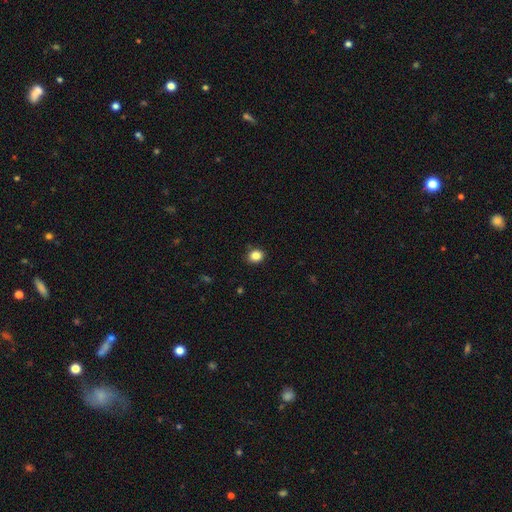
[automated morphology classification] This is clearly a smooth galaxy (85%). How rounded: likely round (69%). Merging: clearly none (89%).